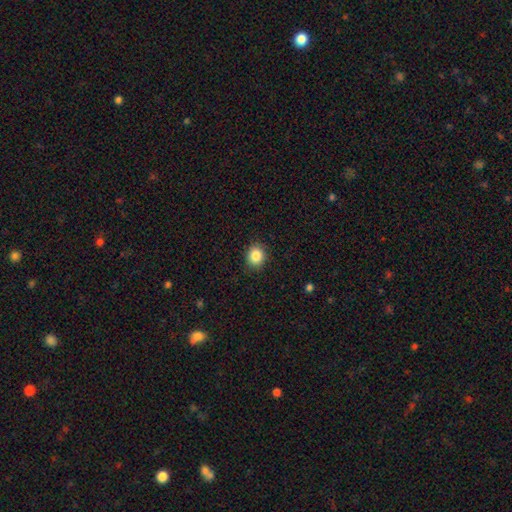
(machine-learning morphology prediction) The model was most divided on "how rounded": round: 75%, in between: 24%, cigar-shaped: 1%. More confident: merging — none (89%); smooth or featured — smooth (86%).